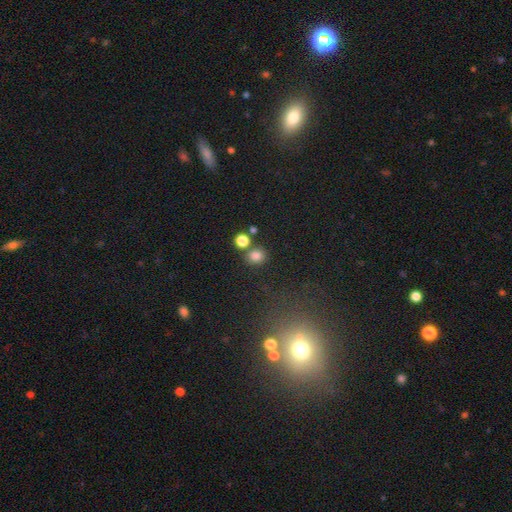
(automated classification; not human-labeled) Overall: smooth (81%). How rounded: round (79%). Merging: none (73%).